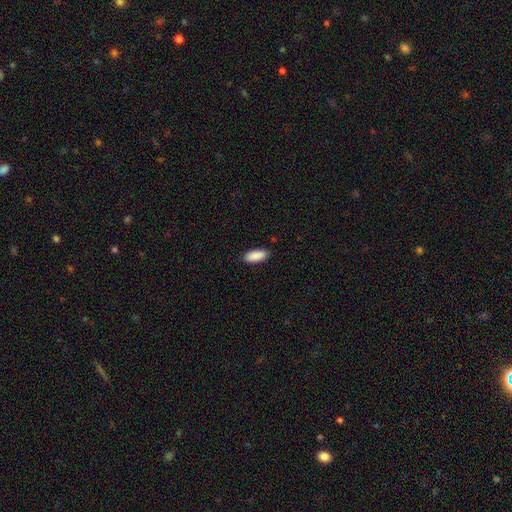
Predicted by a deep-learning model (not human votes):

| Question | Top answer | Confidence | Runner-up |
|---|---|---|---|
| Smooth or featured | smooth | 91% | star or artifact (6%) |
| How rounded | in between | 84% | cigar-shaped (14%) |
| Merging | none | 89% | minor disturbance (8%) |